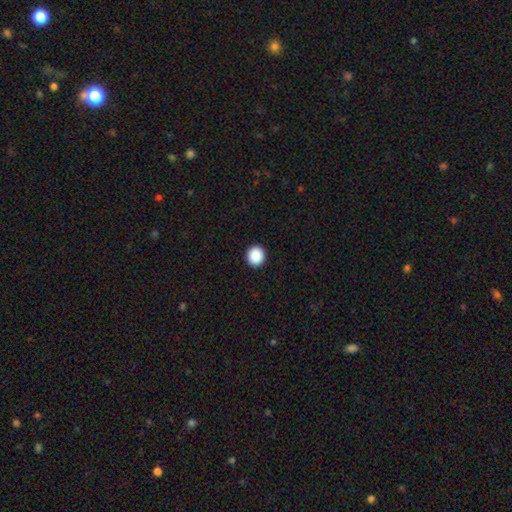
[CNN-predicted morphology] A smooth galaxy with no disk features (89%) that is round (93%). Merging: none (94%).